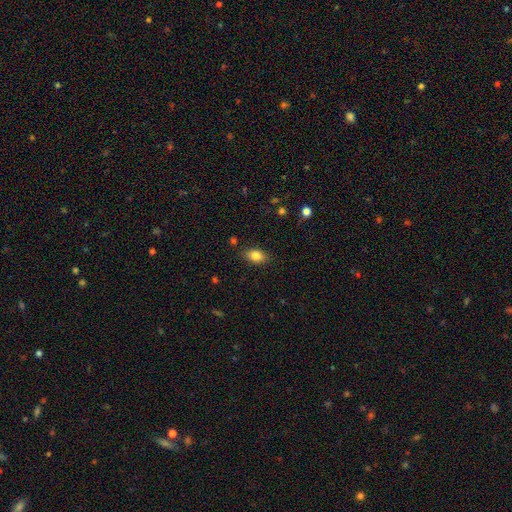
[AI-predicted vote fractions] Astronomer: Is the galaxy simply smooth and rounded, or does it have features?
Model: smooth — 82%.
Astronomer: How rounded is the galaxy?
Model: in between — 86%.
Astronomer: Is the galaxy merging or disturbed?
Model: none — 85%.